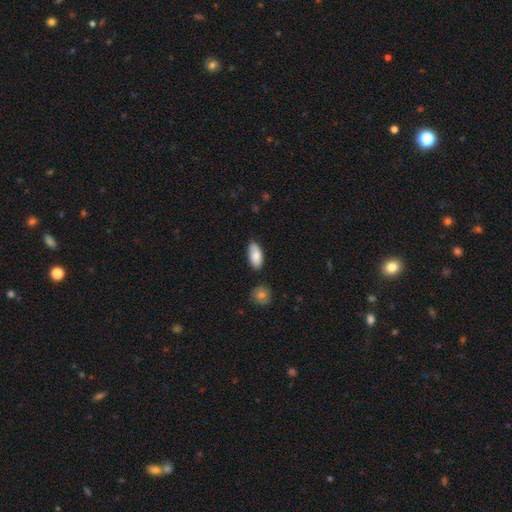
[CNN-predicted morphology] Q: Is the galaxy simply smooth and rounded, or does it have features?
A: smooth — 84%.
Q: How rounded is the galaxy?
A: in between — 90%.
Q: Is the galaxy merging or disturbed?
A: none — 78%.